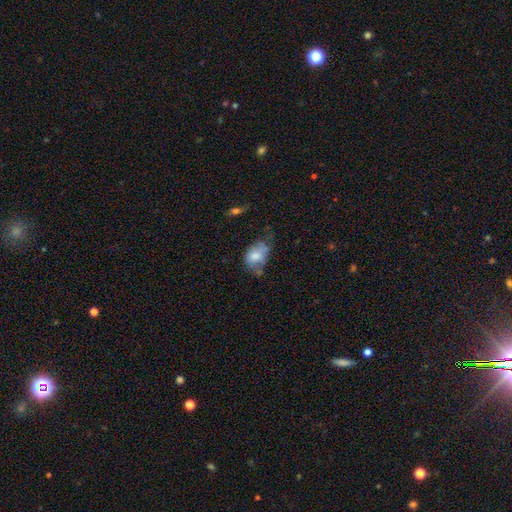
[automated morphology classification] This appears to be a smooth galaxy with no disk features (69%) that is in between round and cigar-shaped (77%). Merging: minor disturbance (36%).